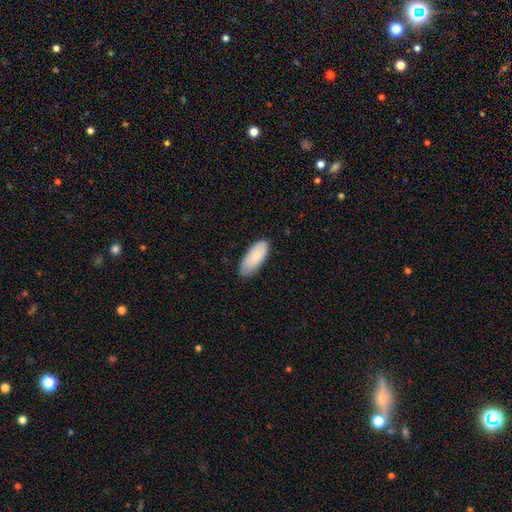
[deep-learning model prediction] Smooth or featured? Predicted: smooth (p=0.80). How rounded? Predicted: in between (p=0.87). Merging? Predicted: none (p=0.78).